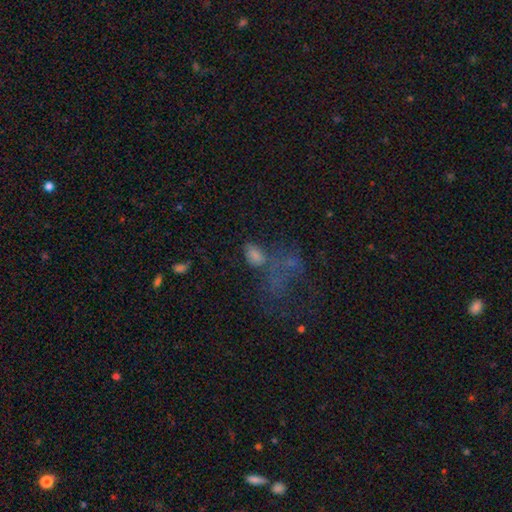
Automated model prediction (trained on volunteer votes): Q: Smooth or featured?
A: smooth (54%); runner-up: star or artifact (25%)
Q: How rounded?
A: in between (83%); runner-up: round (12%)
Q: Merging?
A: major disturbance (37%); runner-up: none (26%)